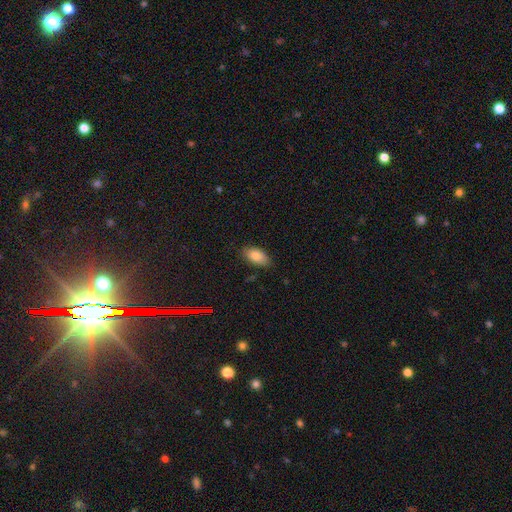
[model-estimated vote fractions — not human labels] A smooth galaxy with no disk features (84%) that is in between round and cigar-shaped (92%). Merging: none (80%).